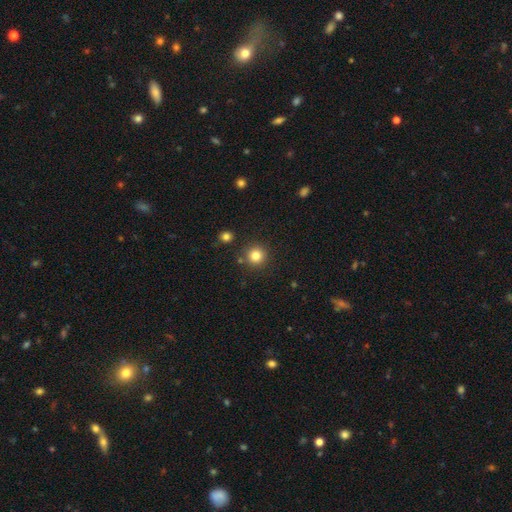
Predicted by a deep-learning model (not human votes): A smooth galaxy with no disk features (82%) that is round (95%). Merging: none (87%).